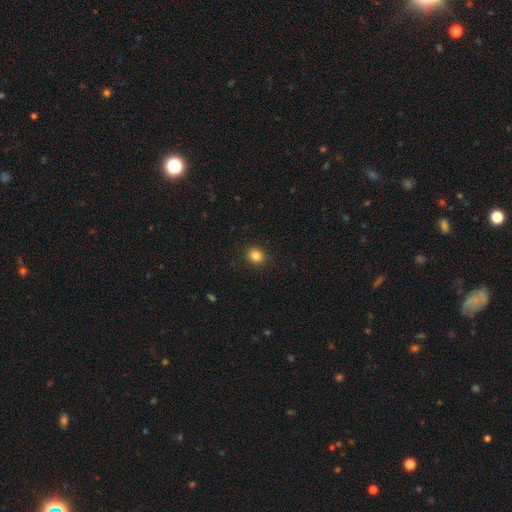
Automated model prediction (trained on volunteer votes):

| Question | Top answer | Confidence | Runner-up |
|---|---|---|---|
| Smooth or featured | smooth | 85% | star or artifact (11%) |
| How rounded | round | 76% | in between (23%) |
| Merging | none | 90% | minor disturbance (7%) |